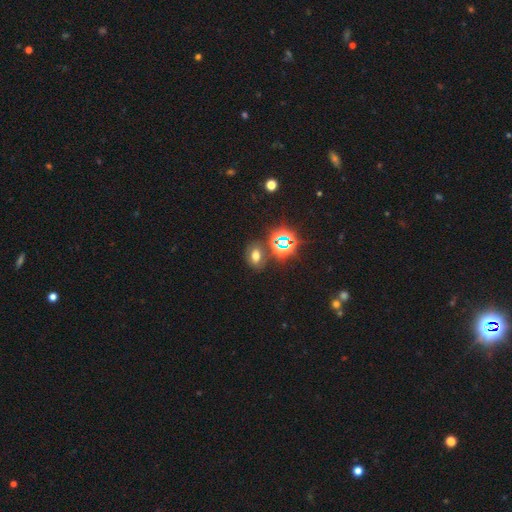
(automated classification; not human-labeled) smooth_or_featured: smooth (p=0.52) [alt: star or artifact p=0.35]
how_rounded: in between (p=0.71) [alt: round p=0.28]
merging: none (p=0.75) [alt: minor disturbance p=0.12]